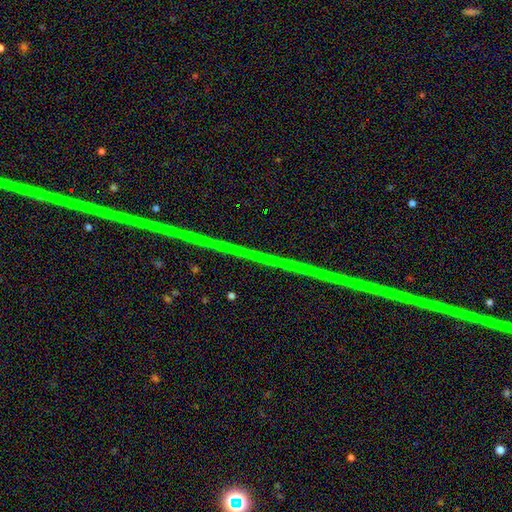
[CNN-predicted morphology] Q: Smooth or featured?
A: star or artifact (84%); runner-up: featured or disk (11%)